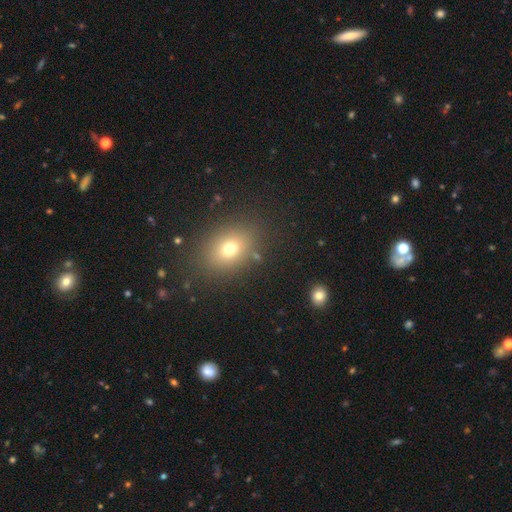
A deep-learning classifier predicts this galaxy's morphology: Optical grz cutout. It shows a smooth galaxy with no disk features (70%) that is in between round and cigar-shaped (62%). Merging: none (84%).